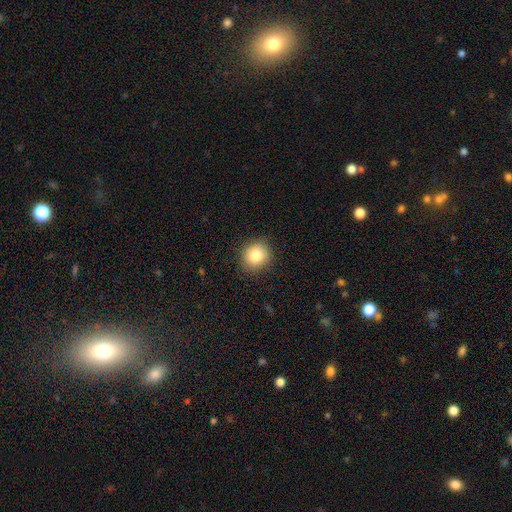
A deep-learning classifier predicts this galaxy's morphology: This is clearly a smooth galaxy (83%). How rounded: clearly round (83%). Merging: clearly none (89%).